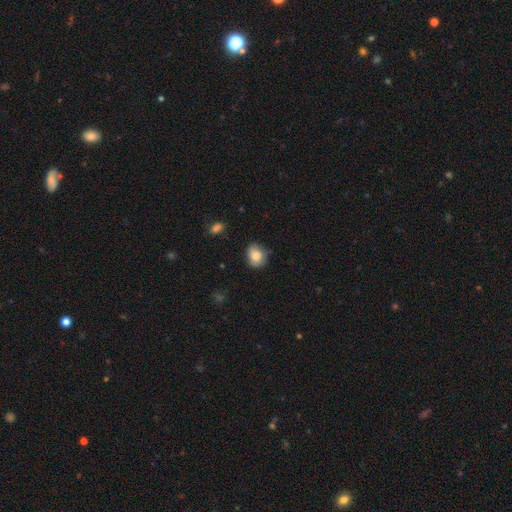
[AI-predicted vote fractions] smooth_or_featured: smooth (p=0.84) [alt: featured or disk p=0.08]
how_rounded: round (p=0.52) [alt: in between p=0.48]
merging: none (p=0.71) [alt: minor disturbance p=0.23]